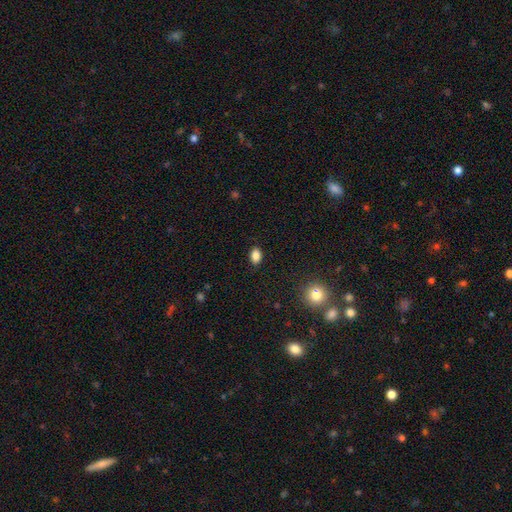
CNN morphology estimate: Smooth or featured: smooth — 86% (star or artifact — 10%)
How rounded: in between — 82% (round — 17%)
Merging: none — 88% (minor disturbance — 9%)